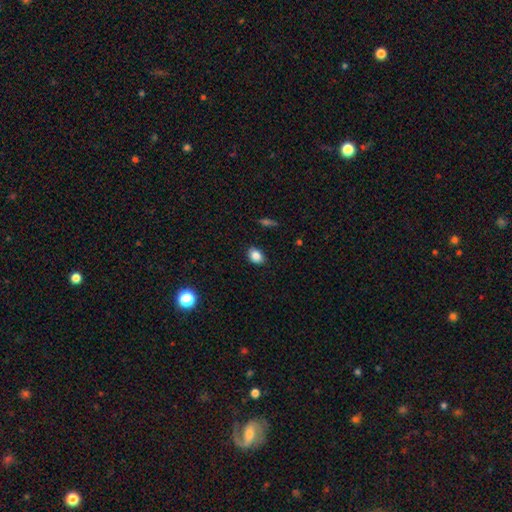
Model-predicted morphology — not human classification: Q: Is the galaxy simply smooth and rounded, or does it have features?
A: smooth — 85%.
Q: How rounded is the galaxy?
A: in between — 69%.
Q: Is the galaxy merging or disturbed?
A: none — 86%.